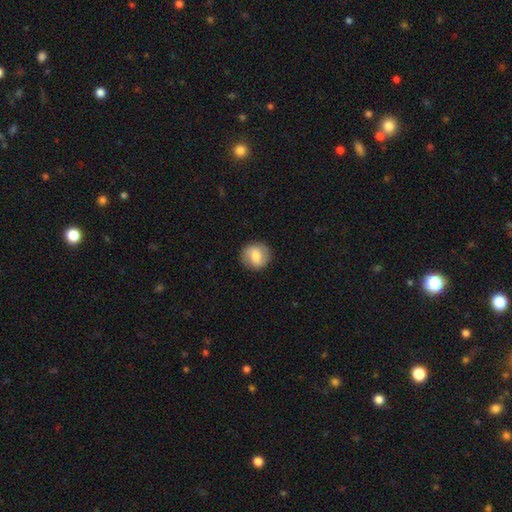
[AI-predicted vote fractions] This is possibly a smooth galaxy (55%). How rounded: clearly round (88%). Merging: clearly none (88%).